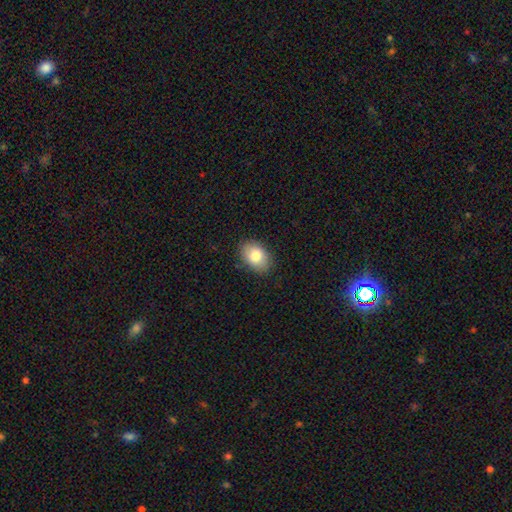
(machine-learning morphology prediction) Smooth or featured?
  - smooth: 81% *
  - featured or disk: 11%
  - star or artifact: 8%
How rounded?
  - in between: 81% *
  - round: 18%
  - cigar-shaped: 1%
Merging?
  - none: 87% *
  - minor disturbance: 10%
  - major disturbance: 2%
  - merger: 1%